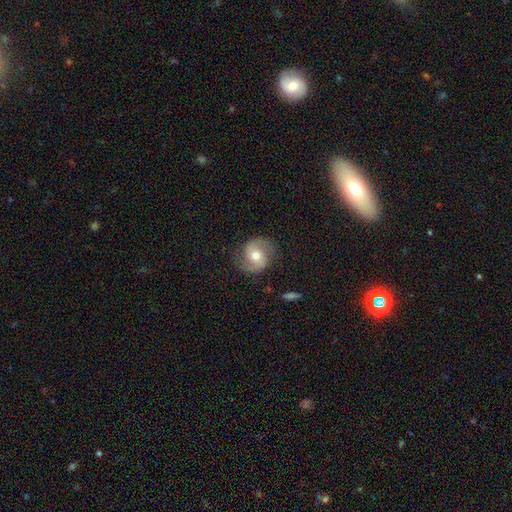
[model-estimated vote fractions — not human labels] The model was most divided on "bar": no: 53%, weak: 37%, strong: 10%. More confident: edge-on disk — no (98%); spiral arms — yes (94%); spiral arm count — 2 (92%); merging — none (80%); smooth or featured — featured or disk (76%); bulge size — moderate (73%); spiral winding — medium (53%).